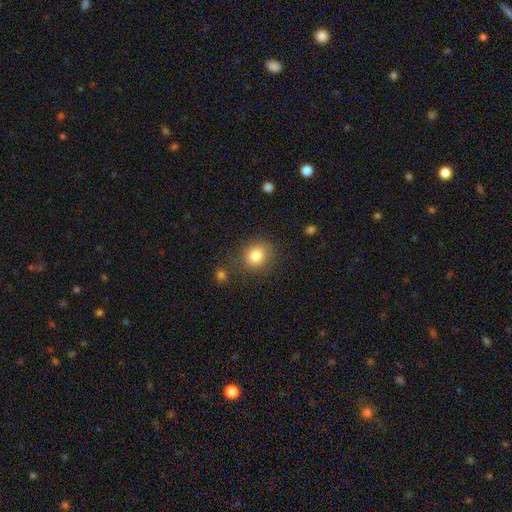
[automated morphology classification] Smooth or featured?
  - smooth: 82% *
  - star or artifact: 11%
  - featured or disk: 7%
How rounded?
  - round: 73% *
  - in between: 26%
  - cigar-shaped: 1%
Merging?
  - none: 78% *
  - minor disturbance: 13%
  - merger: 5%
  - major disturbance: 4%